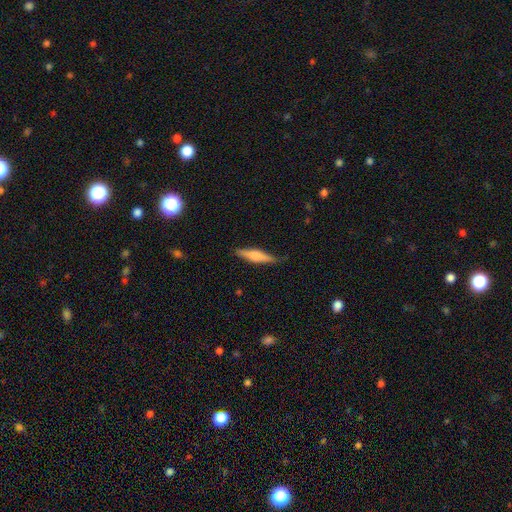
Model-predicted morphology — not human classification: Q: Smooth or featured?
A: smooth (49%); runner-up: featured or disk (45%)
Q: Merging?
A: none (82%); runner-up: minor disturbance (14%)